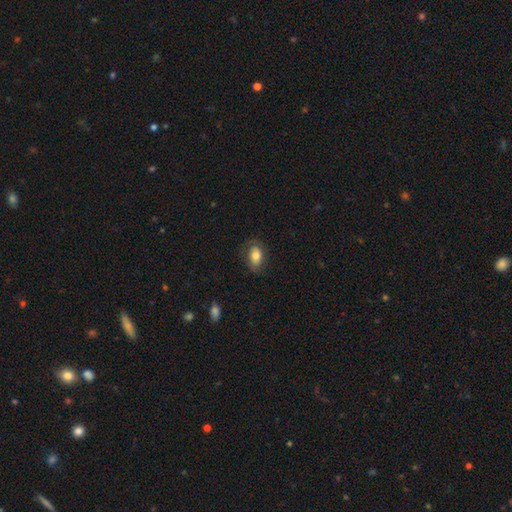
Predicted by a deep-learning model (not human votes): Smooth or featured: smooth — 72% (featured or disk — 20%)
How rounded: in between — 85% (round — 13%)
Merging: none — 73% (minor disturbance — 18%)